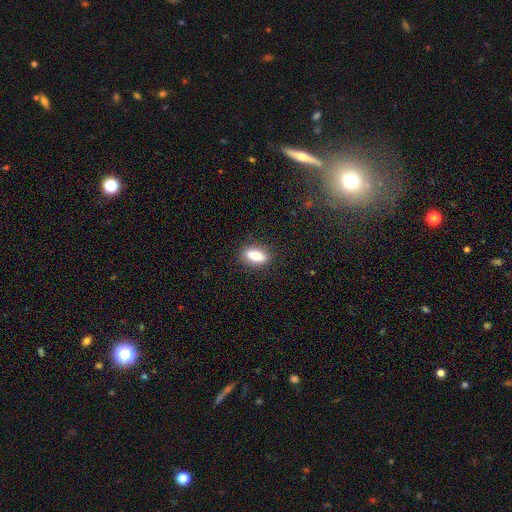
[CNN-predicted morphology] This is likely a smooth galaxy (71%). How rounded: likely in between (80%). Merging: clearly none (86%).